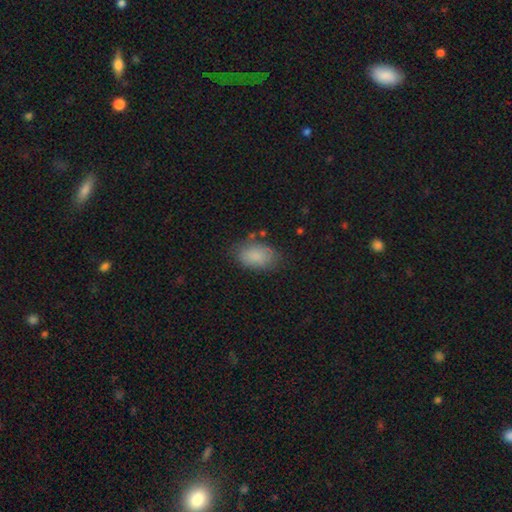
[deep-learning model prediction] Morphology: type=smooth (85%); roundness=in between (90%); merging=none (72%).